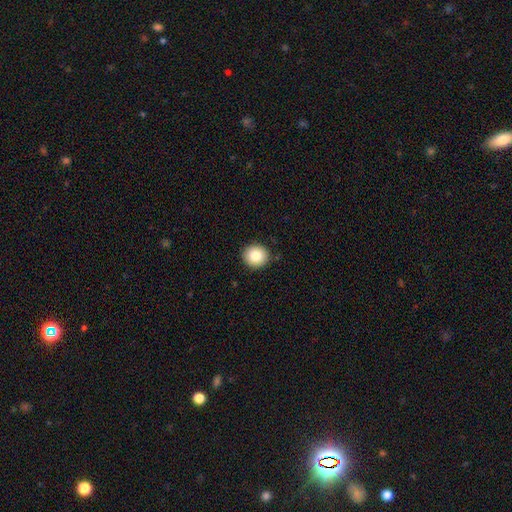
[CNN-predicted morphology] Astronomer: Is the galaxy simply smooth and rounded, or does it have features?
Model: smooth — 83%.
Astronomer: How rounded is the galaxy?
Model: round — 90%.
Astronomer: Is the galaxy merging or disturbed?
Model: none — 90%.